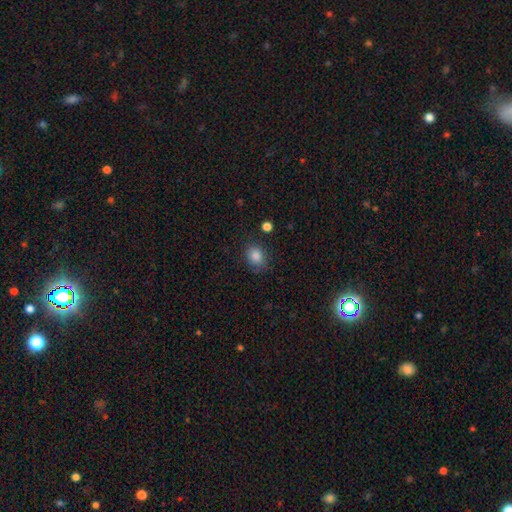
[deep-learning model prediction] Smooth or featured? smooth (85%)
How rounded? round (57%)
Merging? none (77%)